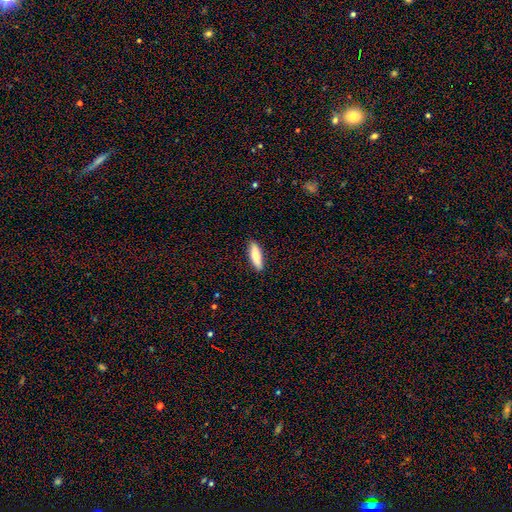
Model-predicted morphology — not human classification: Smooth or featured? smooth (79%)
How rounded? cigar-shaped (52%)
Merging? none (89%)